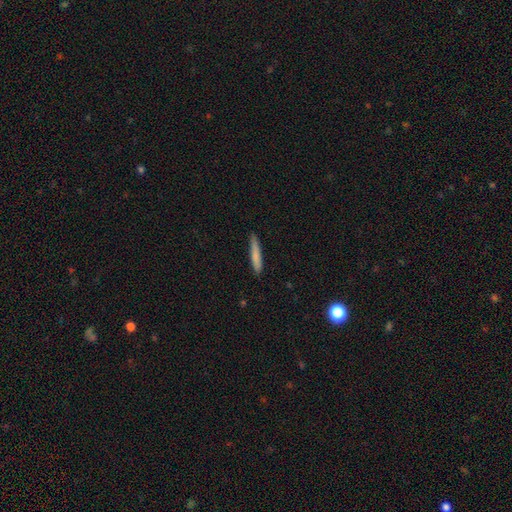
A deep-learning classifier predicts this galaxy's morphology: A smooth galaxy with no disk features (79%) that is cigar-shaped (93%). Merging: none (85%).